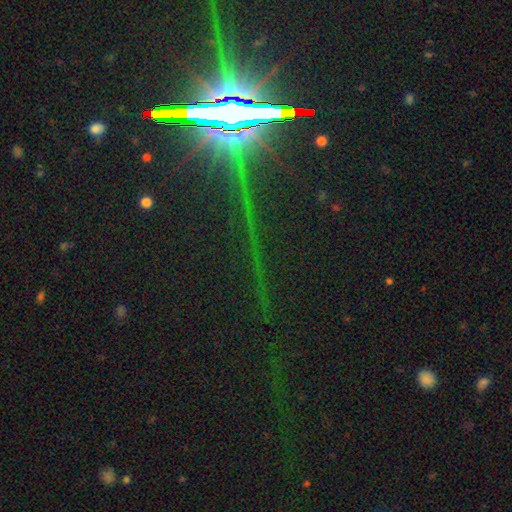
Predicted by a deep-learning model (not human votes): smooth-or-featured: star or artifact: 80% | featured or disk: 13% | smooth: 7%